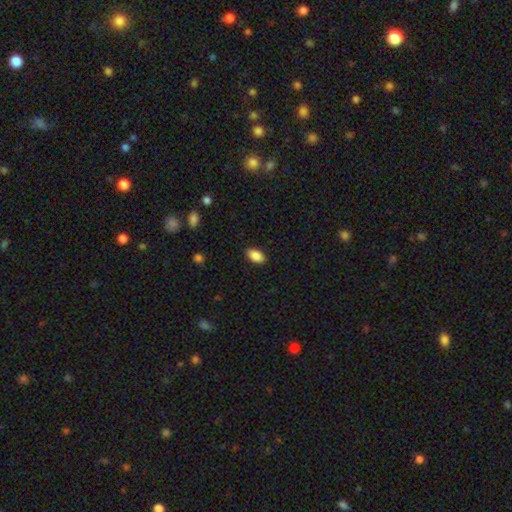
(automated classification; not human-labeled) Overall: smooth (88%). How rounded: in between (93%). Merging: none (89%).